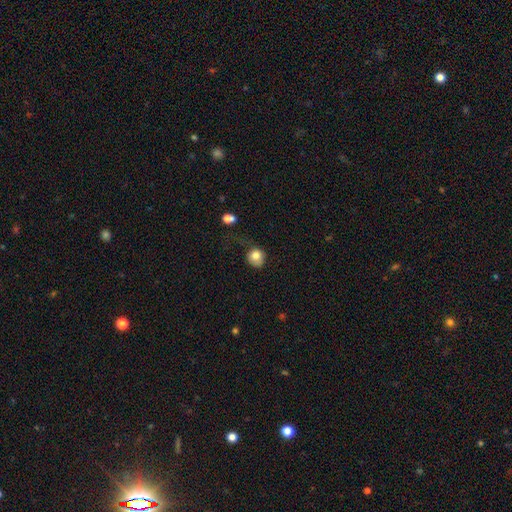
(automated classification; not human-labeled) This is likely a smooth galaxy (79%). How rounded: likely round (75%). Merging: marginally none (42%).